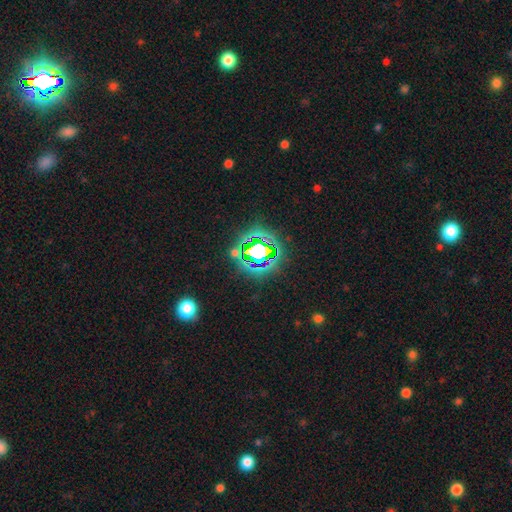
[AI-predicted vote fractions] smooth_or_featured: star or artifact (p=0.68) [alt: smooth p=0.18]